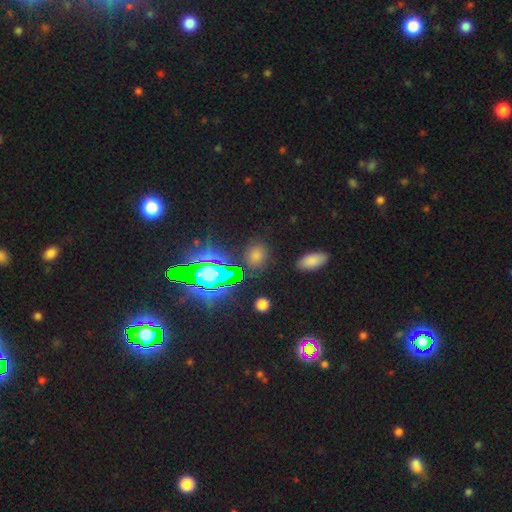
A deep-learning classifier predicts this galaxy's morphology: This is possibly a smooth galaxy (51%). How rounded: possibly in between (49%). Merging: clearly none (83%).